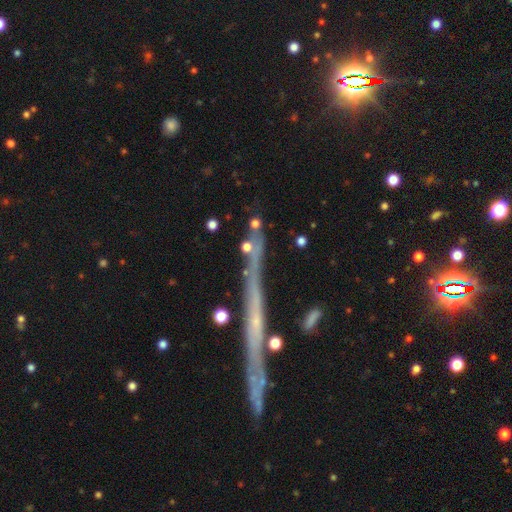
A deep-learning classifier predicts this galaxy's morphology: smooth_or_featured: featured or disk (p=0.56) [alt: smooth p=0.22]
disk_edge_on: yes (p=0.93) [alt: no p=0.07]
edge_on_bulge: none (p=0.77) [alt: rounded p=0.17]
merging: none (p=0.82) [alt: minor disturbance p=0.11]